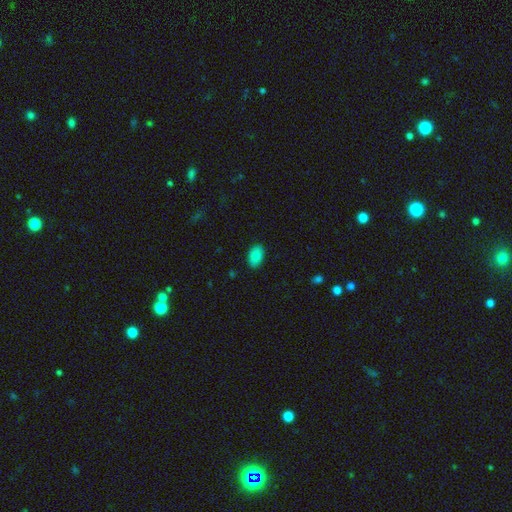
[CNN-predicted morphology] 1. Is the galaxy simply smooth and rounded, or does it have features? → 88% smooth, 8% star or artifact, 4% featured or disk.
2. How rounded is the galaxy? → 91% in between, 8% round, 1% cigar-shaped.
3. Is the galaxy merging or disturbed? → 88% none, 9% minor disturbance, 2% major disturbance, 1% merger.